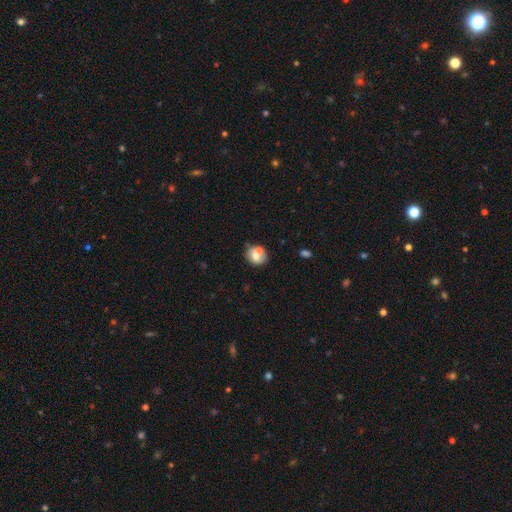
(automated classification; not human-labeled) This appears to be a smooth galaxy with no disk features (67%) that is round (63%). Merging: none (46%).